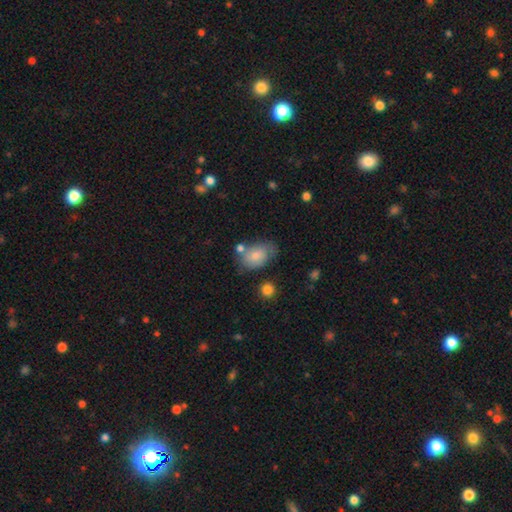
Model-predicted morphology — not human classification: smooth-or-featured: smooth: 72% | featured or disk: 21% | star or artifact: 7%
  how-rounded: in between: 84% | round: 15% | cigar-shaped: 1%
  merging: none: 52% | minor disturbance: 26% | merger: 12% | major disturbance: 9%